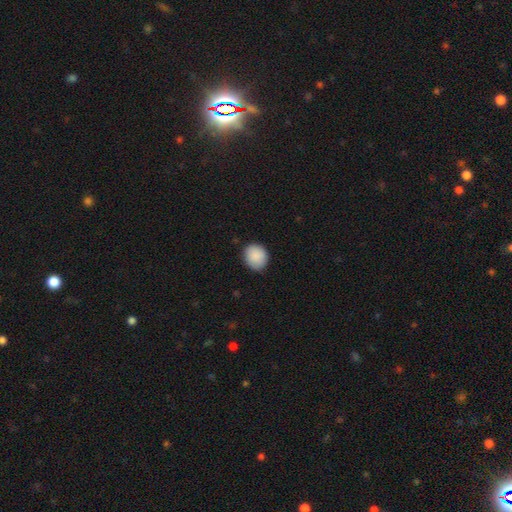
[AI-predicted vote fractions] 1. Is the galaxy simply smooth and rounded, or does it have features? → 89% smooth, 7% star or artifact, 4% featured or disk.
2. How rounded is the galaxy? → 75% round, 24% in between, 1% cigar-shaped.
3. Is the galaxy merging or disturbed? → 85% none, 12% minor disturbance, 2% major disturbance, 1% merger.